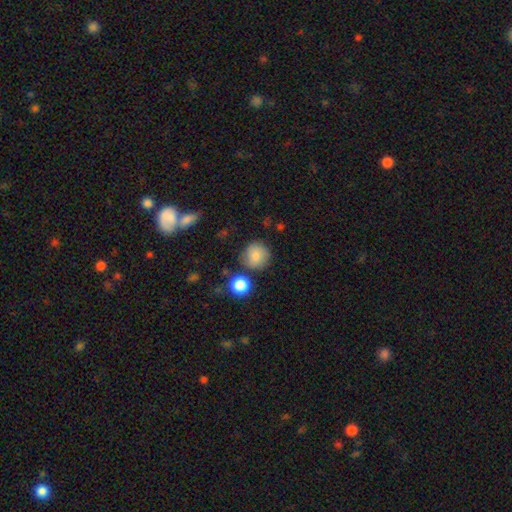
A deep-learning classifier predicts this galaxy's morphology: smooth-or-featured: smooth: 82% | star or artifact: 9% | featured or disk: 8%
  how-rounded: round: 92% | in between: 7% | cigar-shaped: 1%
  merging: none: 77% | minor disturbance: 12% | merger: 7% | major disturbance: 4%